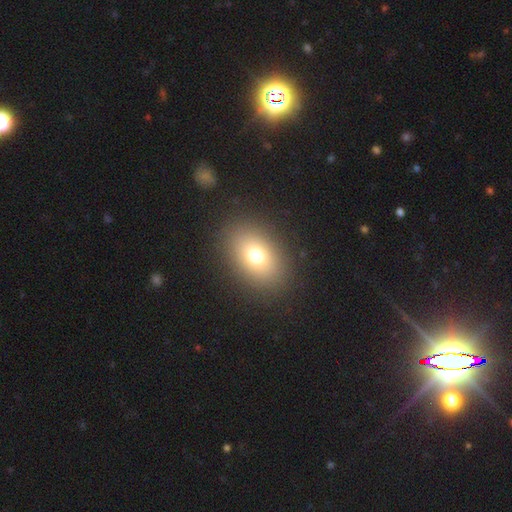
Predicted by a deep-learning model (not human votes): A smooth galaxy with no disk features (76%) that is in between round and cigar-shaped (81%). Merging: none (87%).